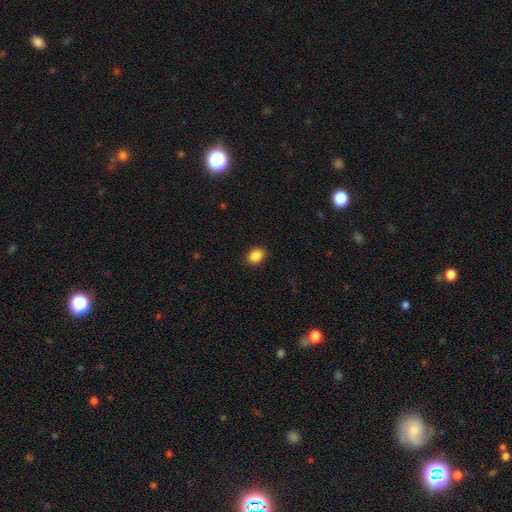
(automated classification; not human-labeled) smooth-or-featured: smooth: 87% | star or artifact: 9% | featured or disk: 4%
  how-rounded: in between: 64% | round: 35% | cigar-shaped: 1%
  merging: none: 89% | minor disturbance: 8% | major disturbance: 2% | merger: 1%